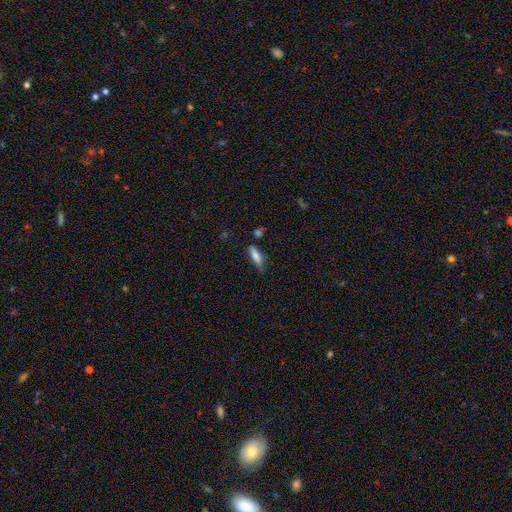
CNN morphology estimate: smooth-or-featured: smooth: 74% | featured or disk: 19% | star or artifact: 7%
  how-rounded: cigar-shaped: 53% | in between: 45% | round: 2%
  merging: none: 67% | minor disturbance: 23% | major disturbance: 5% | merger: 4%